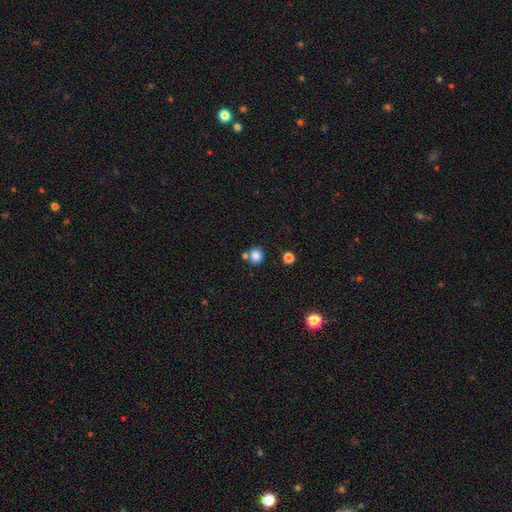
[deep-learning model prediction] A smooth galaxy with no disk features (84%) that is round (91%). Merging: none (73%).